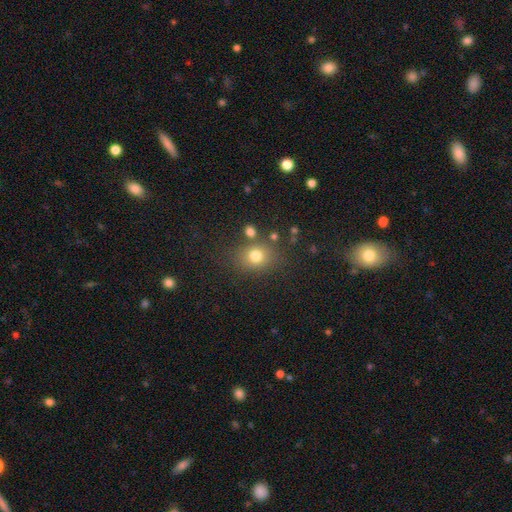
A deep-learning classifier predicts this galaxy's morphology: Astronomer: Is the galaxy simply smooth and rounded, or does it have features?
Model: smooth — 76%.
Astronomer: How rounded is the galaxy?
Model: round — 67%.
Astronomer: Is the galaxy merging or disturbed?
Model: none — 74%.